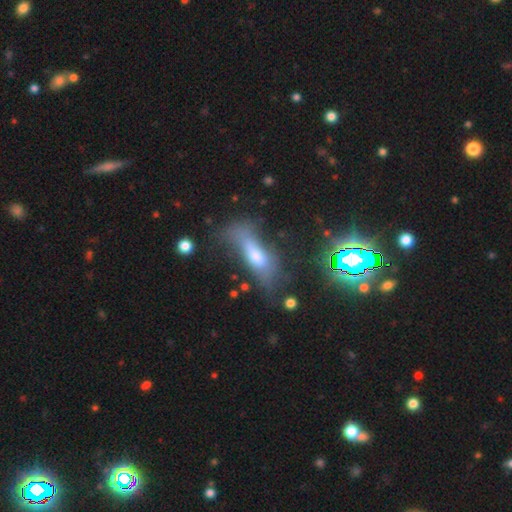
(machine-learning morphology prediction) This appears to be a smooth galaxy with no disk features (54%) that is in between round and cigar-shaped (54%). Merging: none (38%).